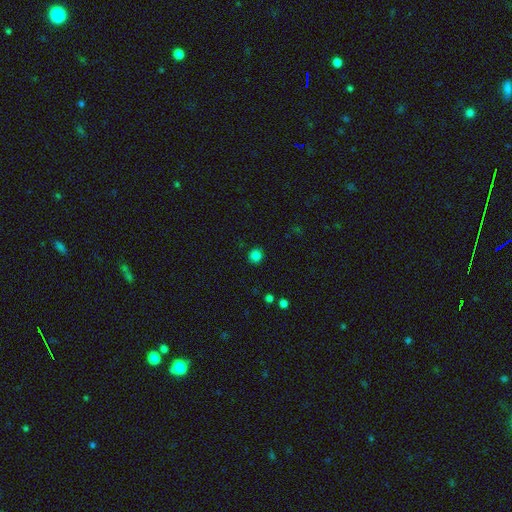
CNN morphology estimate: Overall: smooth (83%). How rounded: round (92%). Merging: none (91%).